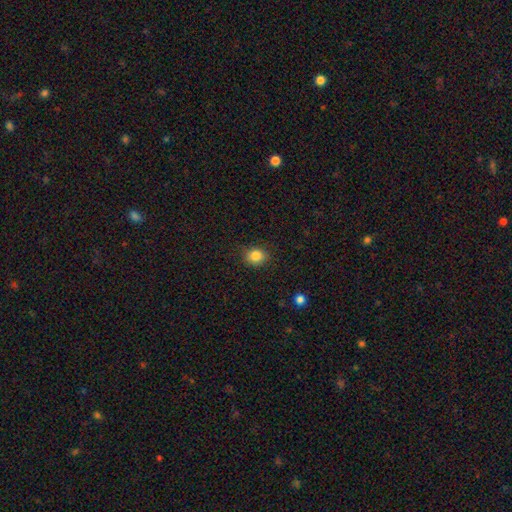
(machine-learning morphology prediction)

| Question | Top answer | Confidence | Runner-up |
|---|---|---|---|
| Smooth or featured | smooth | 84% | star or artifact (11%) |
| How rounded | round | 65% | in between (34%) |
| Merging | none | 85% | minor disturbance (11%) |